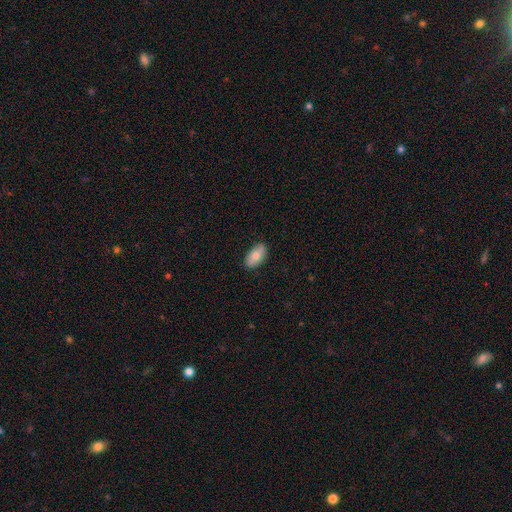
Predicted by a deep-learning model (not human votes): Smooth or featured? smooth (76%)
How rounded? in between (93%)
Merging? none (84%)